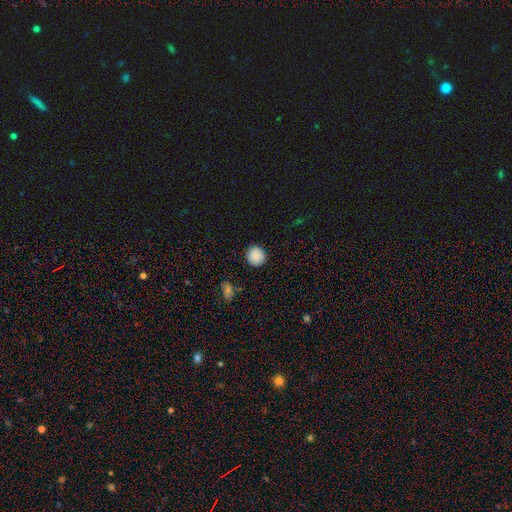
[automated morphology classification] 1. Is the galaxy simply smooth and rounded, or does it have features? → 88% smooth, 9% star or artifact, 3% featured or disk.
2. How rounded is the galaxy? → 91% round, 8% in between, 1% cigar-shaped.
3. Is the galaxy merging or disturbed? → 90% none, 7% minor disturbance, 2% major disturbance, 1% merger.